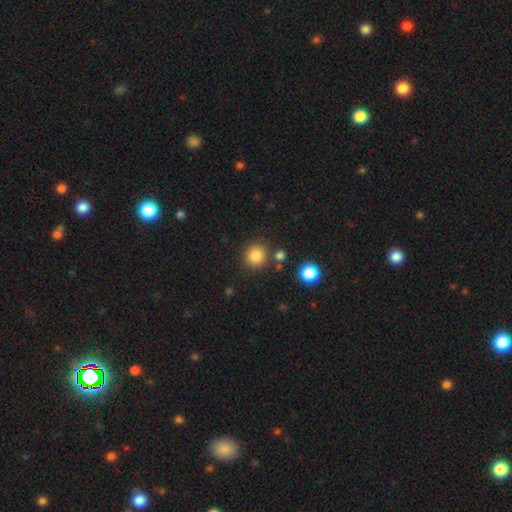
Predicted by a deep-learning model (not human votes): Overall: smooth (84%). How rounded: round (92%). Merging: none (83%).